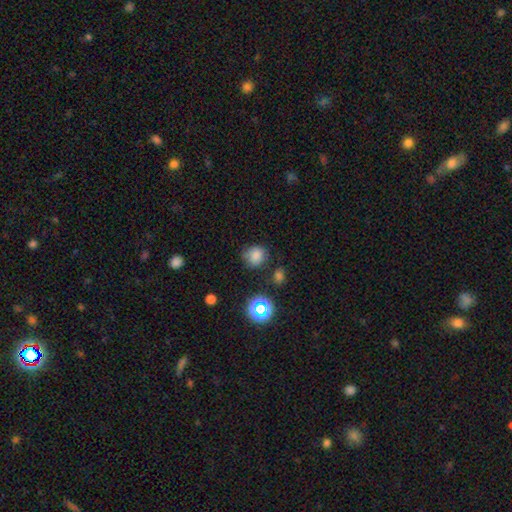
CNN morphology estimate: smooth-or-featured: smooth: 78% | star or artifact: 16% | featured or disk: 7%
  how-rounded: round: 78% | in between: 21% | cigar-shaped: 1%
  merging: none: 70% | minor disturbance: 19% | major disturbance: 6% | merger: 5%